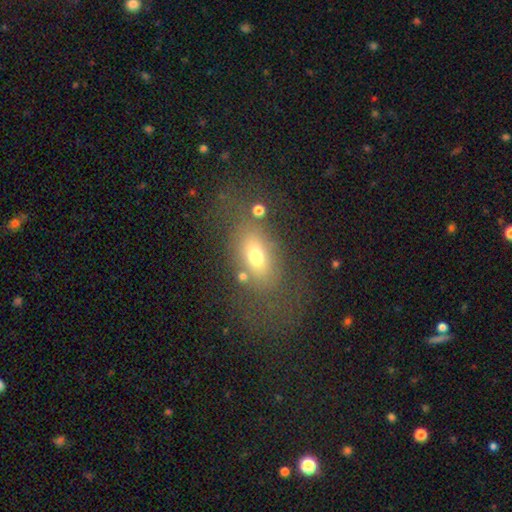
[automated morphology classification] smooth 65%, featured or disk 22%, star or artifact 14%. Down the decision tree: how rounded — in between (79%); merging — none (61%).